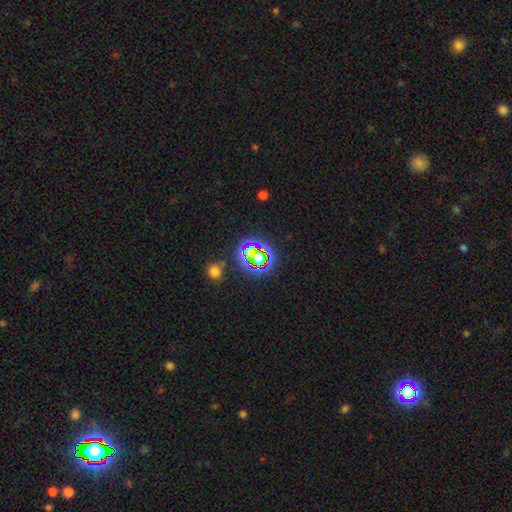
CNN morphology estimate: The model was most divided on "smooth or featured": star or artifact: 66%, smooth: 22%, featured or disk: 12%.